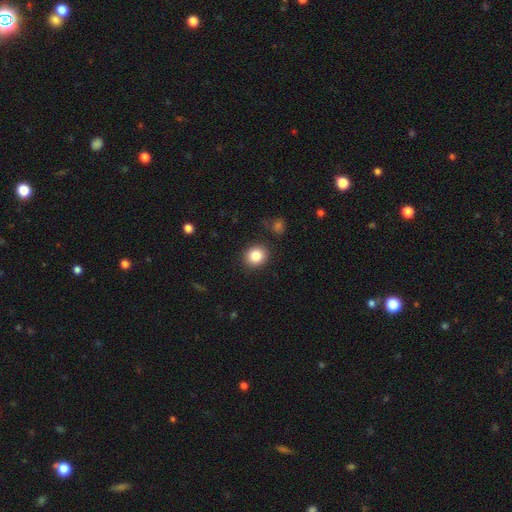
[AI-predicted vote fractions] smooth-or-featured: smooth: 85% | star or artifact: 10% | featured or disk: 6%
  how-rounded: round: 82% | in between: 18% | cigar-shaped: 1%
  merging: none: 89% | minor disturbance: 7% | major disturbance: 2% | merger: 2%